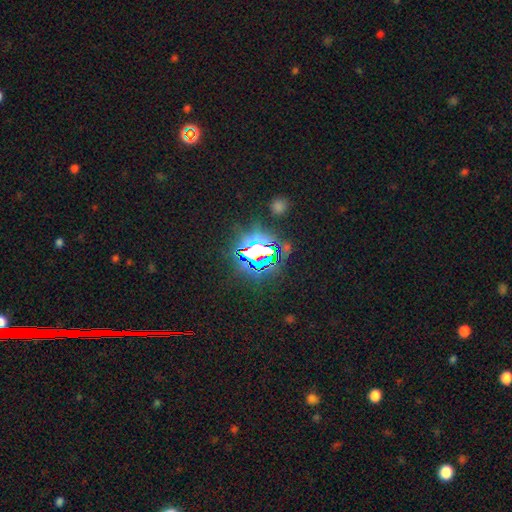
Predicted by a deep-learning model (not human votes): A star or artifact, not a galaxy (77%).

Vote fractions:
- Smooth or featured? star or artifact: 77% / smooth: 13% / featured or disk: 10%